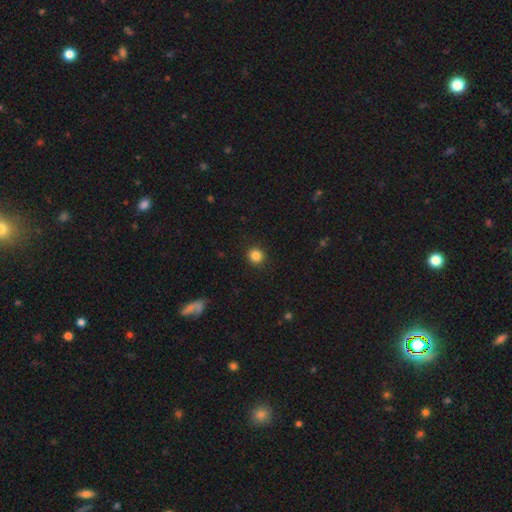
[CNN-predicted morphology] Q: Smooth or featured?
A: smooth (85%); runner-up: star or artifact (11%)
Q: How rounded?
A: round (94%); runner-up: in between (5%)
Q: Merging?
A: none (92%); runner-up: minor disturbance (5%)